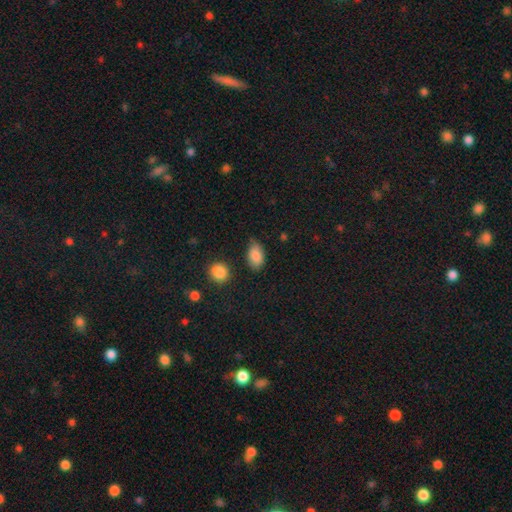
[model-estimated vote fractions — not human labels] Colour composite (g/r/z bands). It shows a smooth galaxy with no disk features (86%) that is in between round and cigar-shaped (90%). Merging: none (71%).